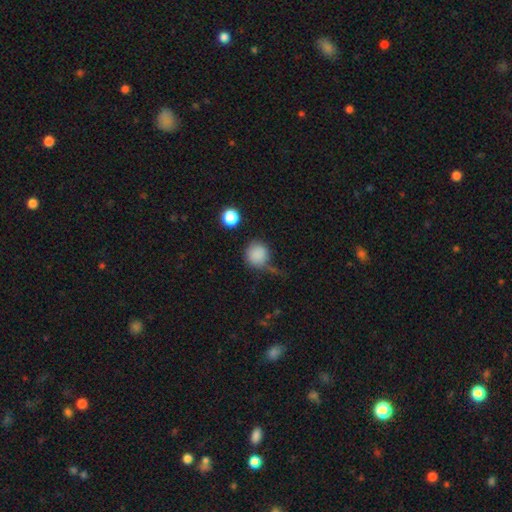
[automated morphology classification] Q: Smooth or featured?
A: smooth (84%); runner-up: star or artifact (10%)
Q: How rounded?
A: round (90%); runner-up: in between (9%)
Q: Merging?
A: none (54%); runner-up: minor disturbance (25%)